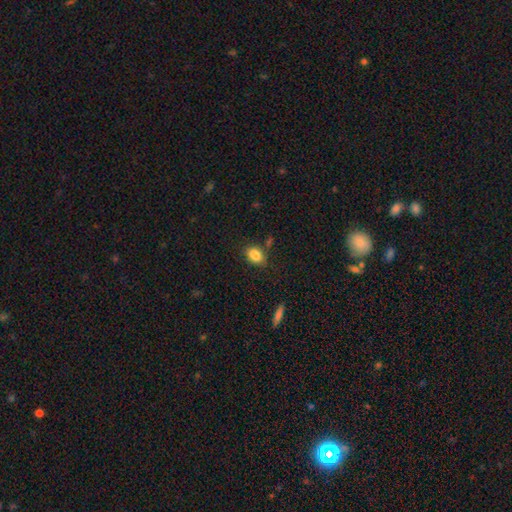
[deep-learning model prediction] Overall: smooth (85%). How rounded: in between (77%). Merging: none (74%).